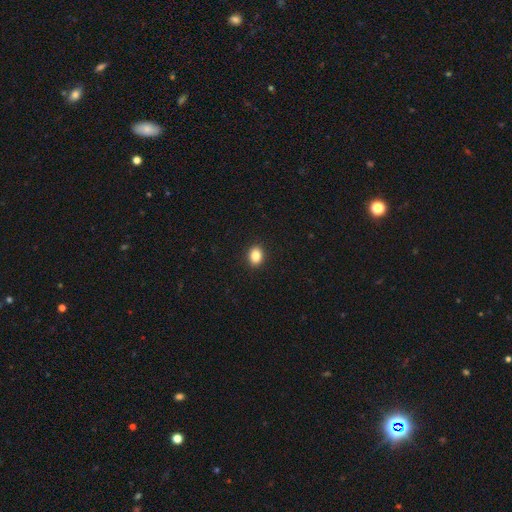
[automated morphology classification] type=smooth (85%); roundness=in between (62%); merging=none (92%).